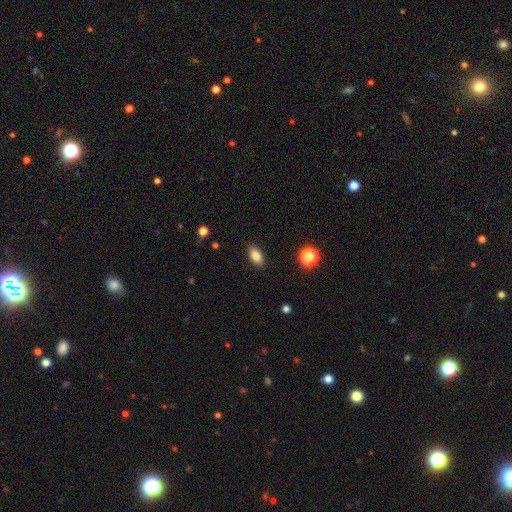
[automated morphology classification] This appears to be a smooth galaxy with no disk features (84%) that is in between round and cigar-shaped (89%). Merging: none (88%).